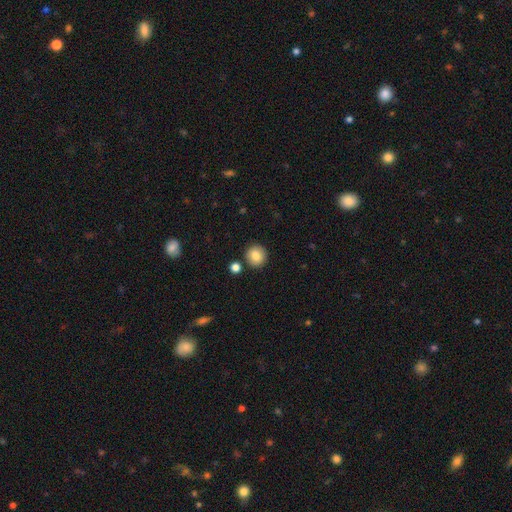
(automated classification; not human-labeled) Smooth or featured?
  - smooth: 84% *
  - star or artifact: 9%
  - featured or disk: 7%
How rounded?
  - round: 93% *
  - in between: 6%
  - cigar-shaped: 1%
Merging?
  - none: 87% *
  - minor disturbance: 6%
  - merger: 5%
  - major disturbance: 2%